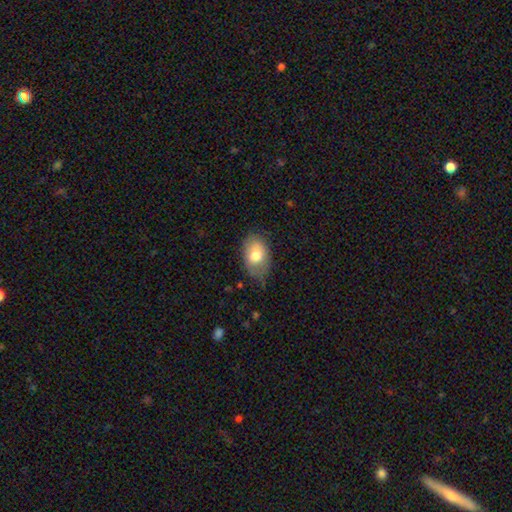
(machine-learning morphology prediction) This appears to be a smooth galaxy with no disk features (74%) that is in between round and cigar-shaped (87%). Merging: none (67%).